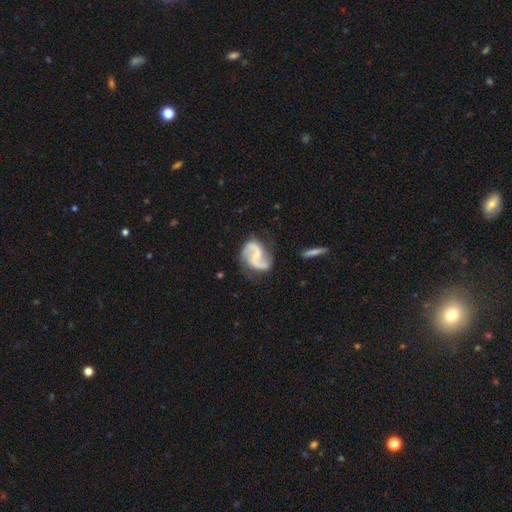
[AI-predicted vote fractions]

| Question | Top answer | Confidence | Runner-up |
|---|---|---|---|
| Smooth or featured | featured or disk | 89% | smooth (6%) |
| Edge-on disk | no | 98% | yes (2%) |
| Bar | weak | 45% | no (39%) |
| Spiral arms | yes | 97% | no (3%) |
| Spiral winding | loose | 50% | medium (41%) |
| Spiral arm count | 2 | 93% | can't tell (2%) |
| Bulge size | small | 57% | moderate (24%) |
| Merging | none | 75% | minor disturbance (16%) |